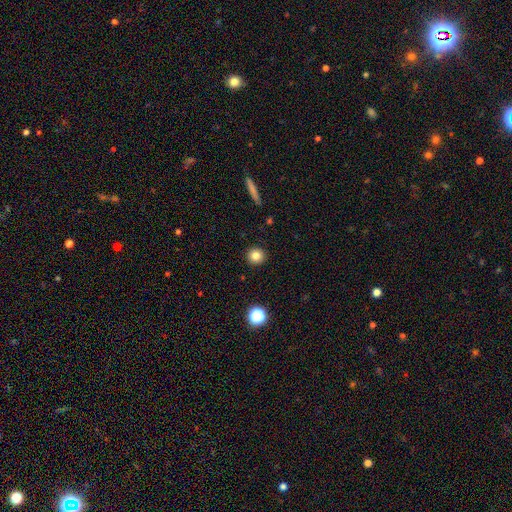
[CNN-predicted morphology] This appears to be a smooth galaxy with no disk features (82%) that is round (92%). Merging: none (92%).